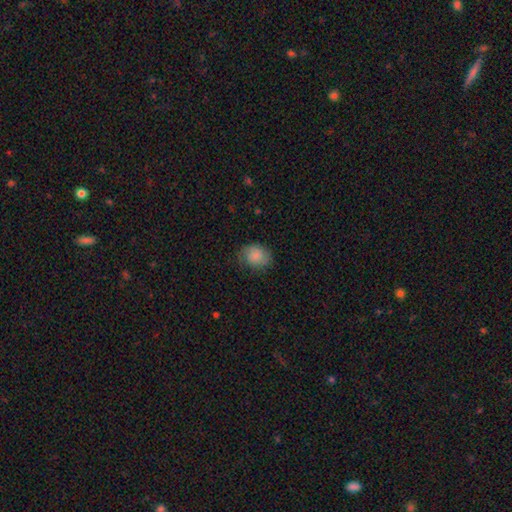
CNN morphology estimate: smooth-or-featured: smooth: 81% | featured or disk: 12% | star or artifact: 7%
  how-rounded: round: 50% | in between: 49% | cigar-shaped: 1%
  merging: none: 71% | minor disturbance: 21% | major disturbance: 6% | merger: 1%